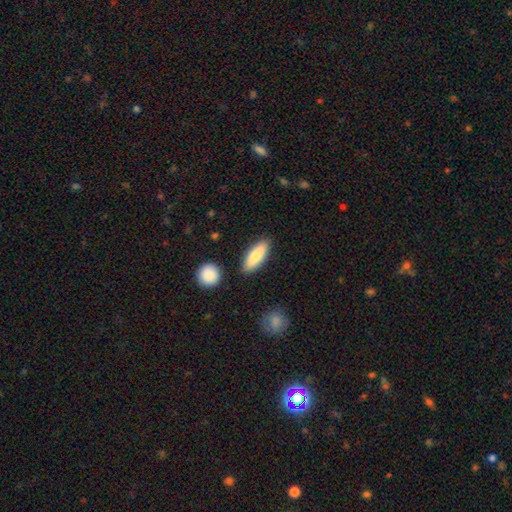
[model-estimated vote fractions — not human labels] Smooth or featured? Predicted: smooth (p=0.78). How rounded? Predicted: in between (p=0.69). Merging? Predicted: none (p=0.85).